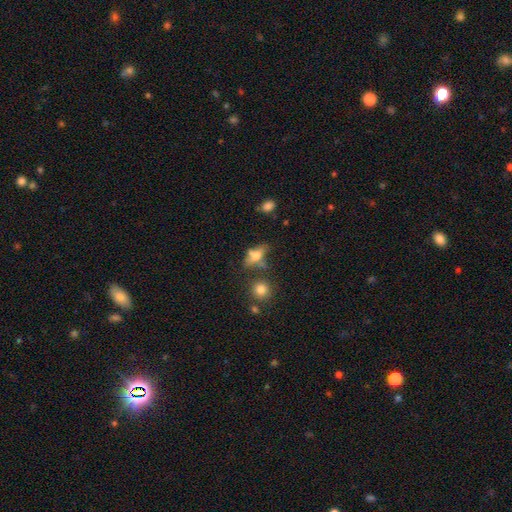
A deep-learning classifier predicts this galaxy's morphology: A smooth galaxy with no disk features (51%) that is in between round and cigar-shaped (71%). Merging: none (46%).